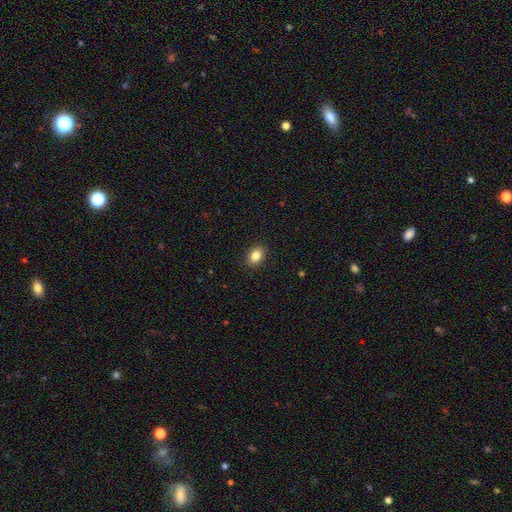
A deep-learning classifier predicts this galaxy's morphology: This is clearly a smooth galaxy (85%). How rounded: likely in between (70%). Merging: clearly none (90%).